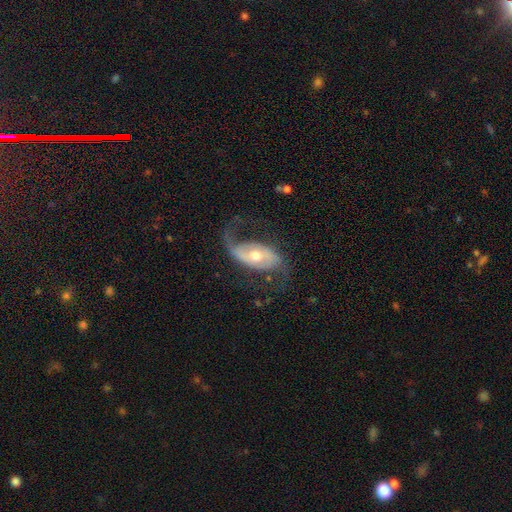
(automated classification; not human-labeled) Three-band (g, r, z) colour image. It shows a featured or disk galaxy (83%) with no bar (45%), 2 (87%) loose (67%) spiral arms (93%) and a moderate central bulge (65%). Merging: none (62%).